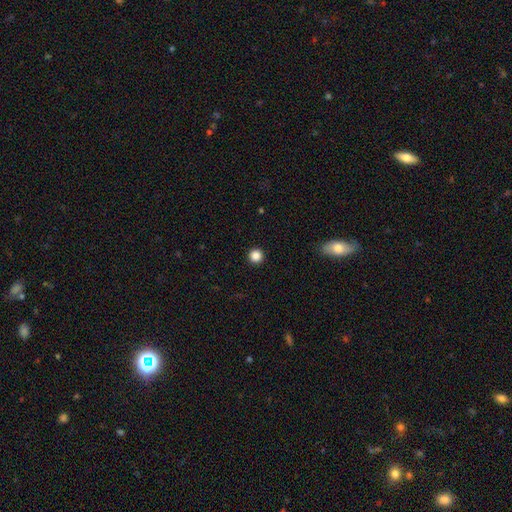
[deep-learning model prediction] smooth 86%, star or artifact 11%, featured or disk 3%. Down the decision tree: how rounded — round (96%); merging — none (94%).